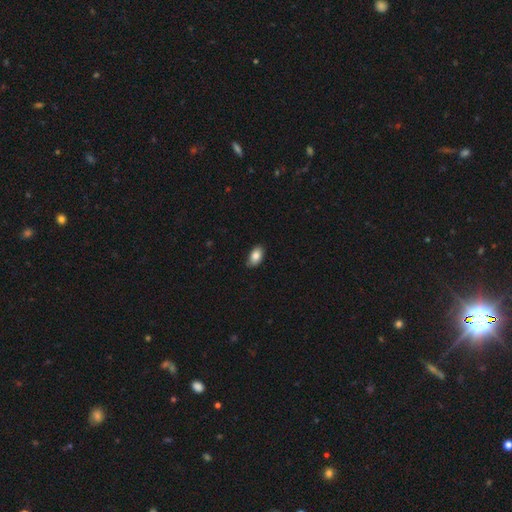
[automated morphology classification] Smooth or featured?
  - smooth: 85% *
  - featured or disk: 8%
  - star or artifact: 7%
How rounded?
  - in between: 92% *
  - round: 6%
  - cigar-shaped: 2%
Merging?
  - none: 85% *
  - minor disturbance: 12%
  - major disturbance: 2%
  - merger: 1%